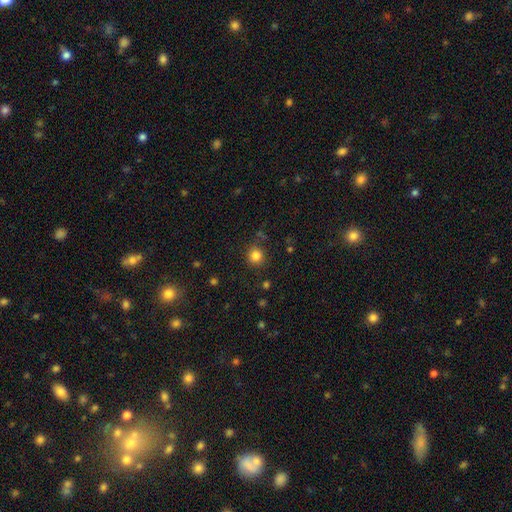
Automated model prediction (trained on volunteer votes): Morphology: type=smooth (83%); roundness=round (91%); merging=none (85%).